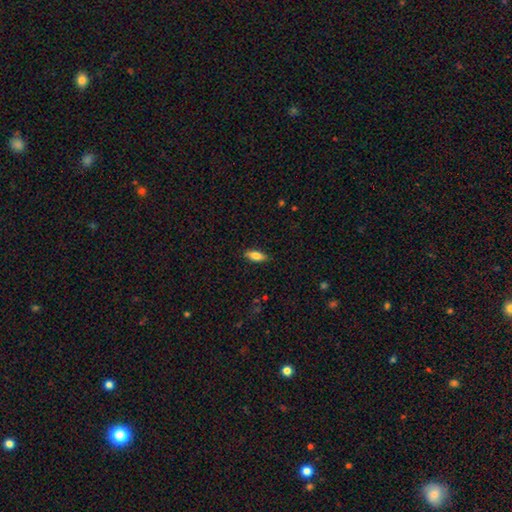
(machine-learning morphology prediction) A smooth galaxy with no disk features (80%) that is in between round and cigar-shaped (76%).

Vote fractions:
- Smooth or featured? smooth: 80% / featured or disk: 13% / star or artifact: 7%
- How rounded? in between: 76% / cigar-shaped: 21% / round: 2%
- Merging? none: 87% / minor disturbance: 10% / major disturbance: 2% / merger: 1%